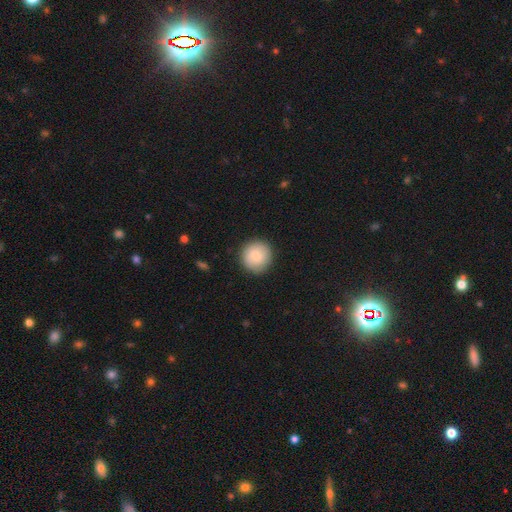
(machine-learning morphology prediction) Smooth or featured? Predicted: smooth (p=0.81). How rounded? Predicted: round (p=0.94). Merging? Predicted: none (p=0.89).